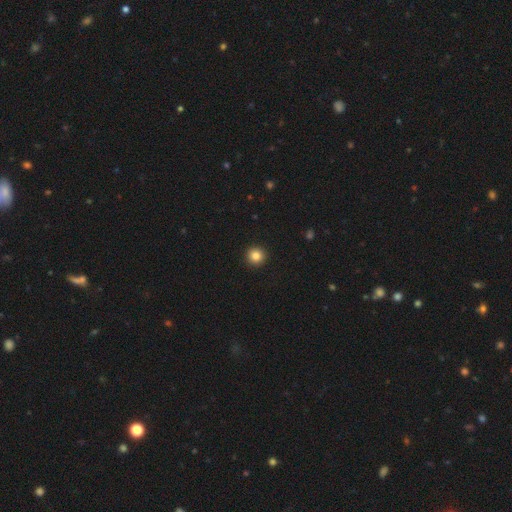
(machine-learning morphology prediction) smooth 85%, star or artifact 11%, featured or disk 4%. Down the decision tree: how rounded — round (95%); merging — none (93%).